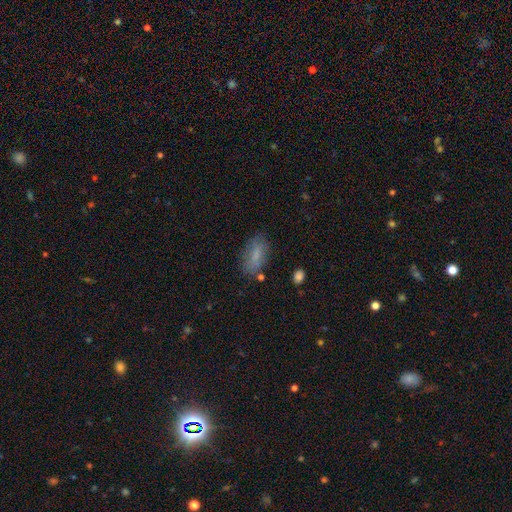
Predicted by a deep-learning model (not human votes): Smooth or featured? smooth (76%)
How rounded? in between (87%)
Merging? none (73%)